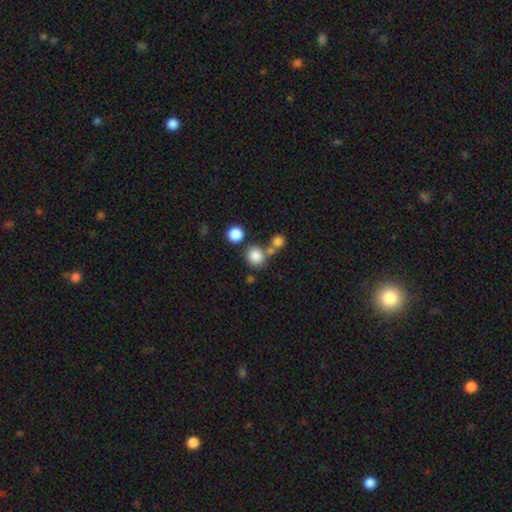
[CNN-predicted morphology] Smooth or featured: smooth — 82% (star or artifact — 12%)
How rounded: round — 87% (in between — 12%)
Merging: none — 65% (merger — 23%)